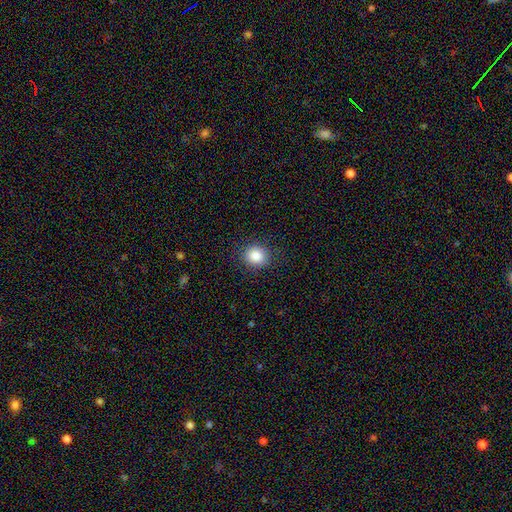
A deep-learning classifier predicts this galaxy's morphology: Smooth or featured: smooth — 86% (star or artifact — 10%)
How rounded: round — 76% (in between — 23%)
Merging: none — 88% (minor disturbance — 8%)